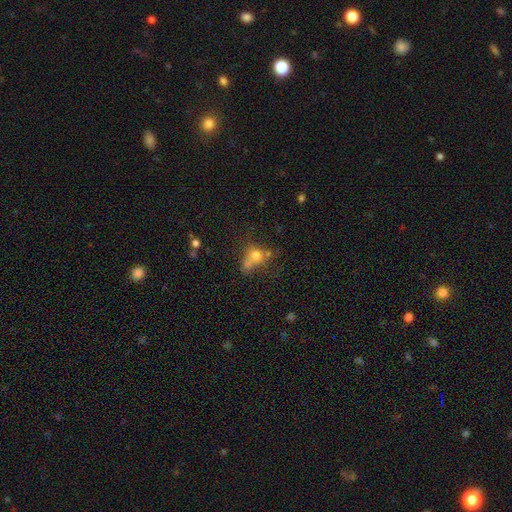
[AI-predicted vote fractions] Smooth or featured? smooth (67%)
How rounded? round (65%)
Merging? merger (44%)